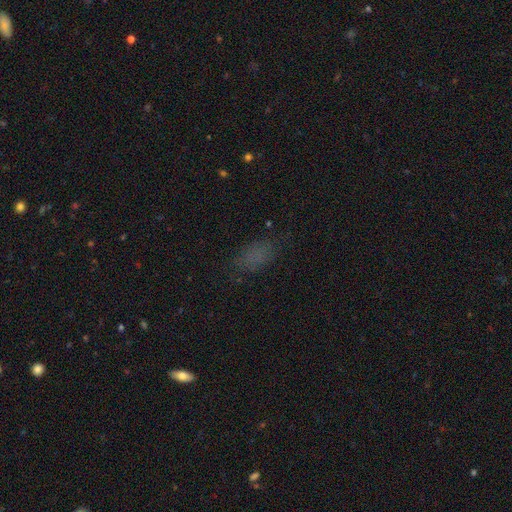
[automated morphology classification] Overall: smooth (71%). How rounded: in between (86%). Merging: none (73%).